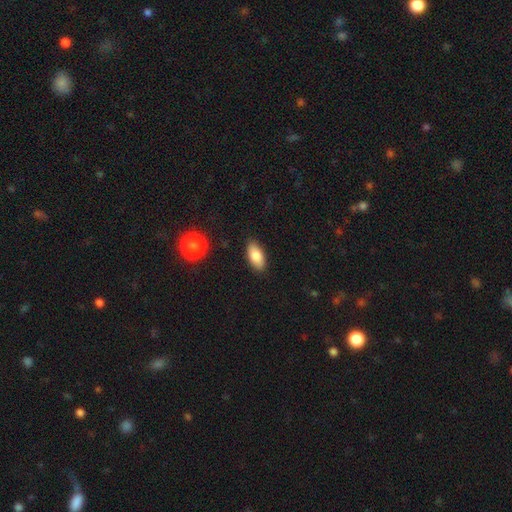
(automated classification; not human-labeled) Smooth or featured? Predicted: smooth (p=0.83). How rounded? Predicted: in between (p=0.89). Merging? Predicted: none (p=0.87).